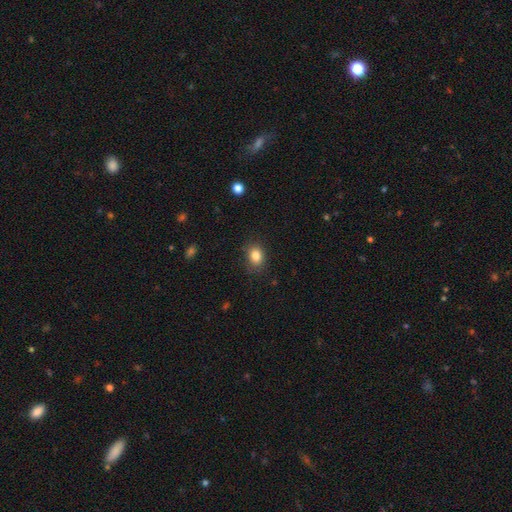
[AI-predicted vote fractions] A smooth galaxy with no disk features (84%) that is in between round and cigar-shaped (60%).

Vote fractions:
- Smooth or featured? smooth: 84% / star or artifact: 10% / featured or disk: 6%
- How rounded? in between: 60% / round: 39% / cigar-shaped: 1%
- Merging? none: 83% / minor disturbance: 13% / major disturbance: 3% / merger: 1%